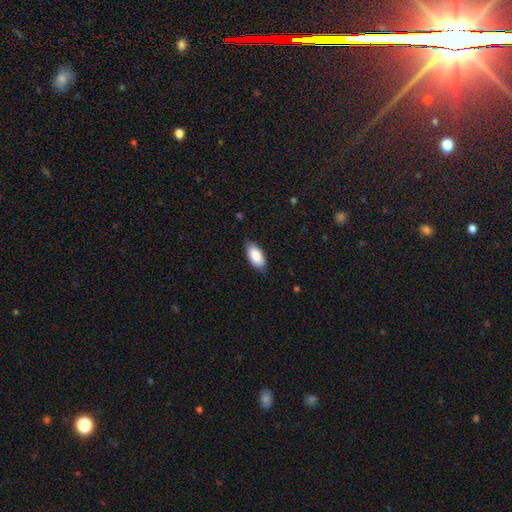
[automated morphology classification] smooth-or-featured: smooth: 88% | featured or disk: 7% | star or artifact: 6%
  how-rounded: in between: 93% | cigar-shaped: 5% | round: 2%
  merging: none: 82% | minor disturbance: 14% | major disturbance: 2% | merger: 1%